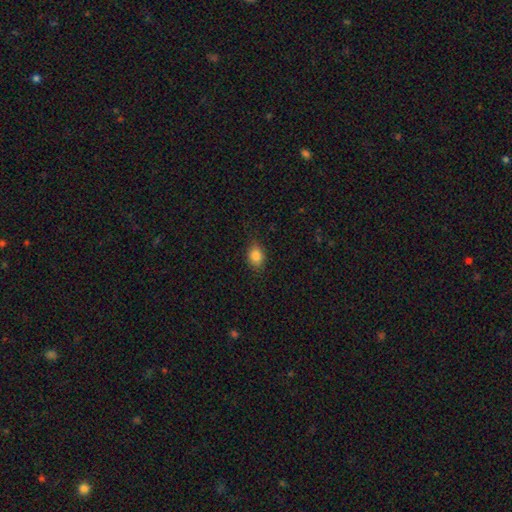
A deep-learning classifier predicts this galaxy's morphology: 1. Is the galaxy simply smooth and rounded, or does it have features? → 83% smooth, 10% star or artifact, 7% featured or disk.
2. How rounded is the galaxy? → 61% in between, 38% round, 1% cigar-shaped.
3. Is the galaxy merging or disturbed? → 82% none, 14% minor disturbance, 3% major disturbance, 1% merger.